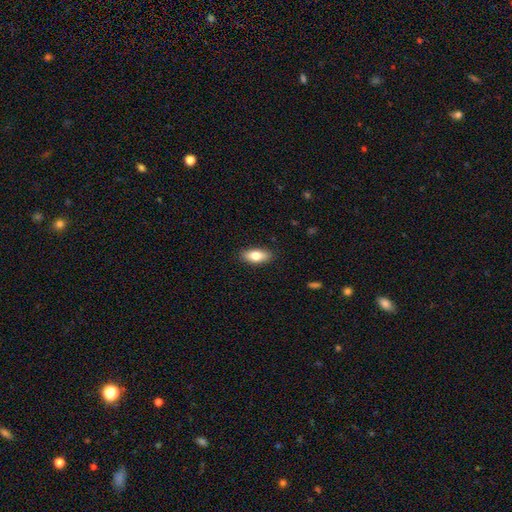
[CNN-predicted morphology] A smooth galaxy with no disk features (78%) that is in between round and cigar-shaped (84%). Merging: none (89%).